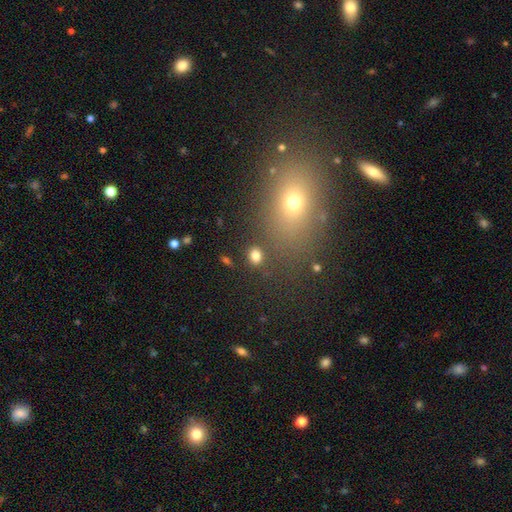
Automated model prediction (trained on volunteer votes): A smooth galaxy with no disk features (81%) that is in between round and cigar-shaped (51%).

Vote fractions:
- Smooth or featured? smooth: 81% / star or artifact: 13% / featured or disk: 6%
- How rounded? in between: 51% / round: 47% / cigar-shaped: 2%
- Merging? none: 84% / minor disturbance: 8% / merger: 5% / major disturbance: 3%